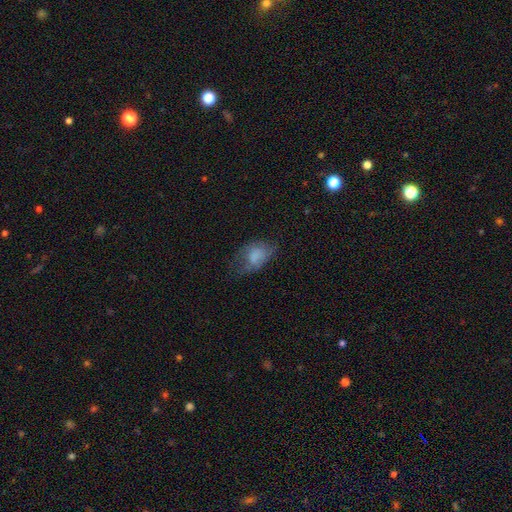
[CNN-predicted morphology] type=smooth (65%); roundness=in between (84%); merging=none (39%).